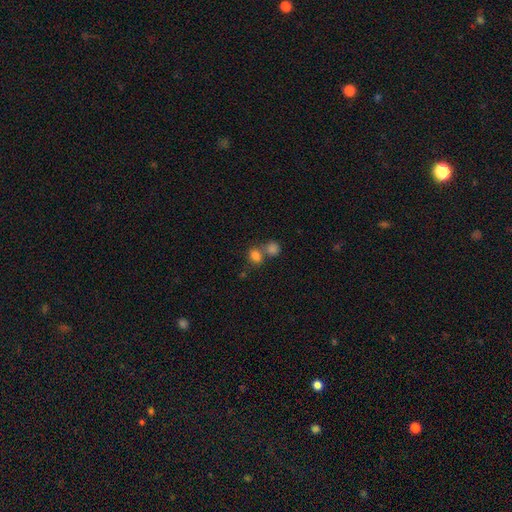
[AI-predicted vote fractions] The model was most divided on "merging": none: 45%, merger: 43%, minor disturbance: 8%, major disturbance: 4%. More confident: smooth or featured — smooth (81%); how rounded — round (57%).